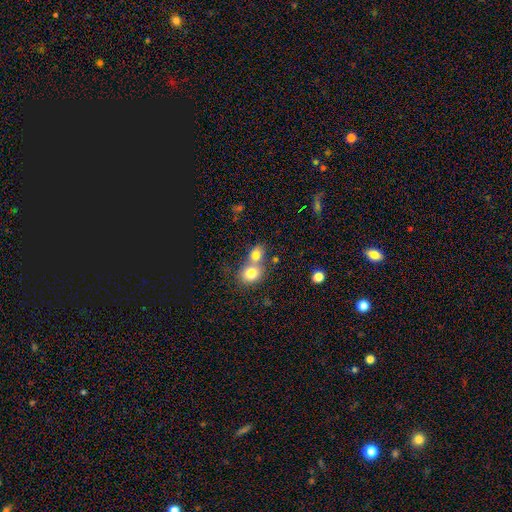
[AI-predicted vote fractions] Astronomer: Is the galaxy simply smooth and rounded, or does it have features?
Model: smooth — 79%.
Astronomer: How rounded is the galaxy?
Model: round — 62% (runner-up: in between, 37%).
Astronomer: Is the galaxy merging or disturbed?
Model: merger — 58%.